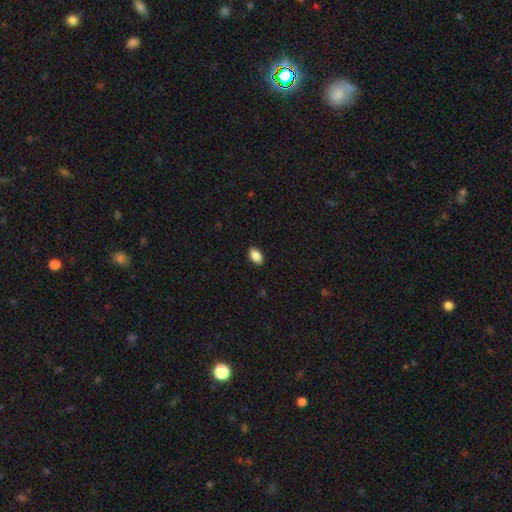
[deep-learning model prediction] This is clearly a smooth galaxy (88%). How rounded: clearly in between (92%). Merging: clearly none (89%).